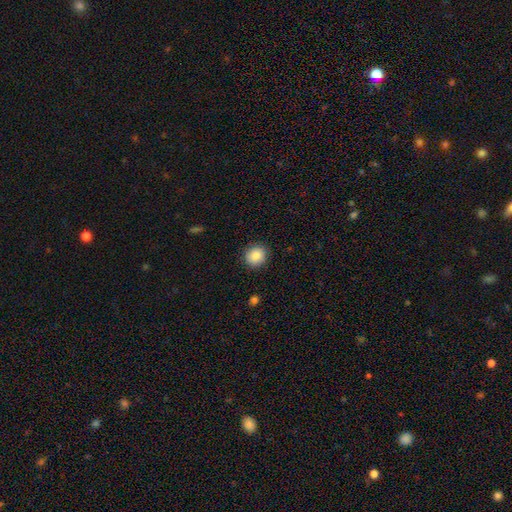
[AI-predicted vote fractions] Q: Smooth or featured?
A: smooth (88%); runner-up: star or artifact (8%)
Q: How rounded?
A: round (81%); runner-up: in between (18%)
Q: Merging?
A: none (90%); runner-up: minor disturbance (7%)